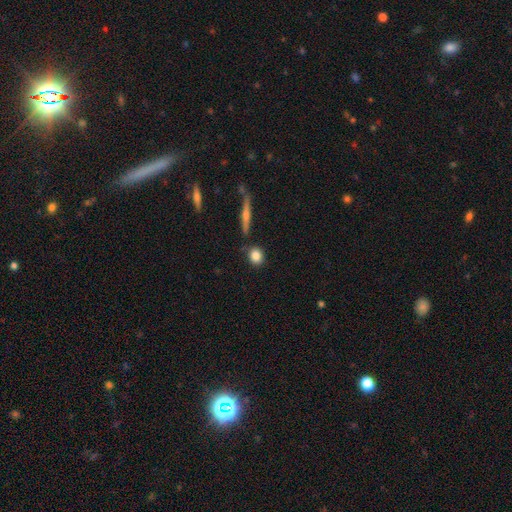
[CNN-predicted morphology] Q: Smooth or featured?
A: smooth (84%); runner-up: featured or disk (9%)
Q: How rounded?
A: round (70%); runner-up: in between (26%)
Q: Merging?
A: none (81%); runner-up: minor disturbance (10%)